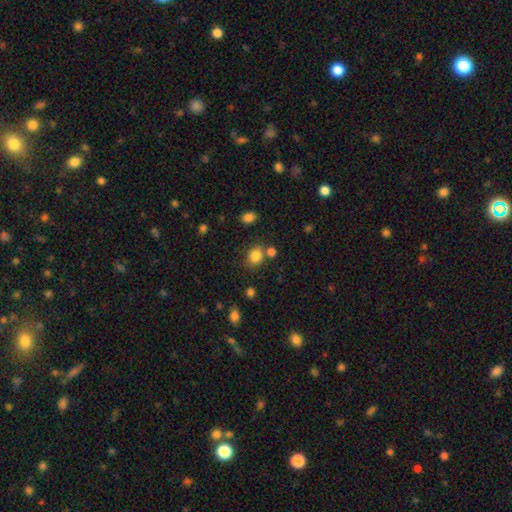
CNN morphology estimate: smooth-or-featured: smooth: 83% | star or artifact: 11% | featured or disk: 6%
  how-rounded: round: 61% | in between: 38% | cigar-shaped: 1%
  merging: none: 68% | merger: 14% | minor disturbance: 13% | major disturbance: 4%